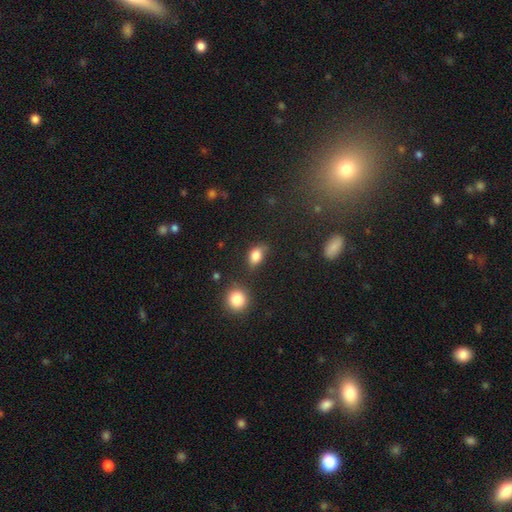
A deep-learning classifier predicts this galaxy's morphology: Overall: smooth (81%). How rounded: in between (79%). Merging: none (61%; minor disturbance 26%).